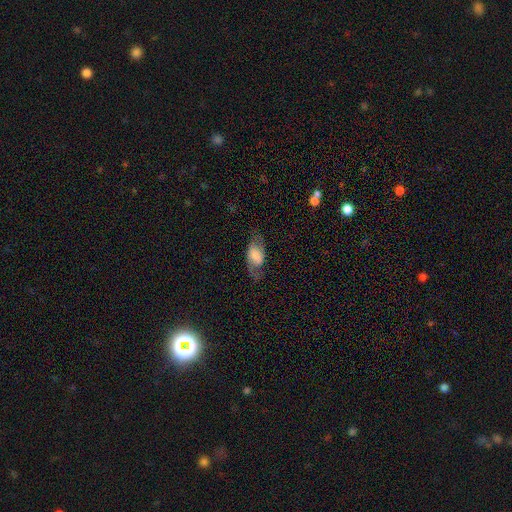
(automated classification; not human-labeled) Overall: featured or disk (58%; smooth 34%). Edge-on disk: no (92%). Bar: weak (42%; no 40%). Spiral arms: yes (83%). Bulge size: moderate (43%; small 34%). Merging: none (69%).